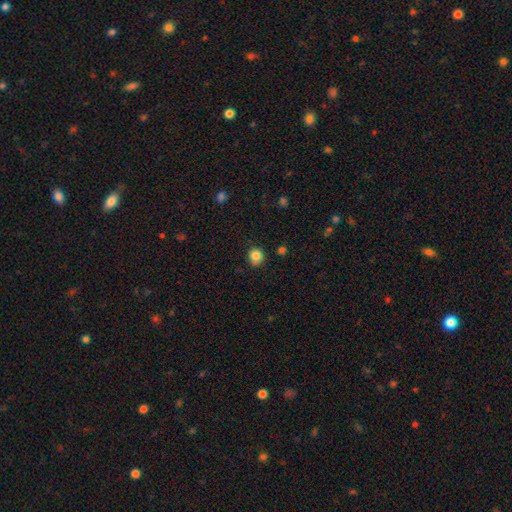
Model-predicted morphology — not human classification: smooth 84%, star or artifact 11%, featured or disk 5%. Down the decision tree: how rounded — round (85%); merging — none (82%).